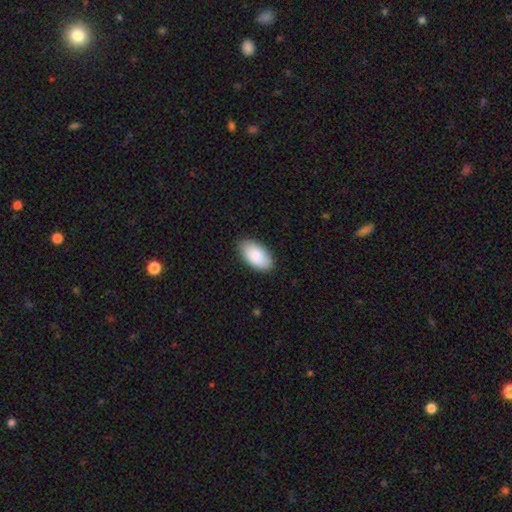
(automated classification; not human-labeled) This is clearly a smooth galaxy (86%). How rounded: clearly in between (96%). Merging: clearly none (86%).